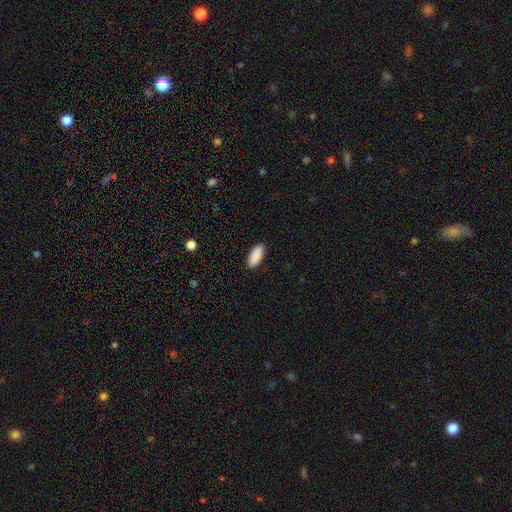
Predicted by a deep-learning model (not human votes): Smooth or featured? Predicted: smooth (p=0.91). How rounded? Predicted: in between (p=0.86). Merging? Predicted: none (p=0.90).